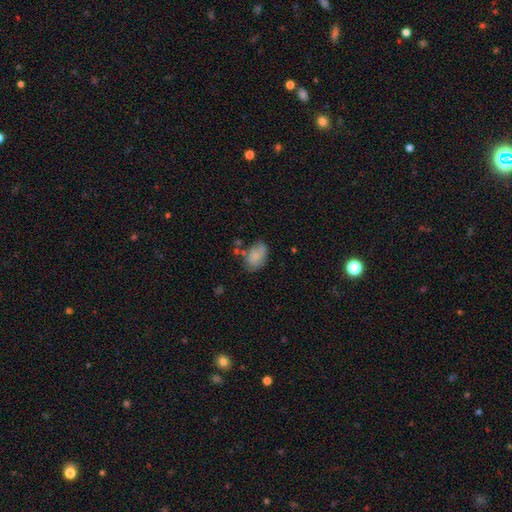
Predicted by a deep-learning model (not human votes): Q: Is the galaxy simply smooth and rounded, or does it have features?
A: smooth — 78%.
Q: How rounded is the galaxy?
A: in between — 86%.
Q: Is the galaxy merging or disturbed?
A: none — 52%.